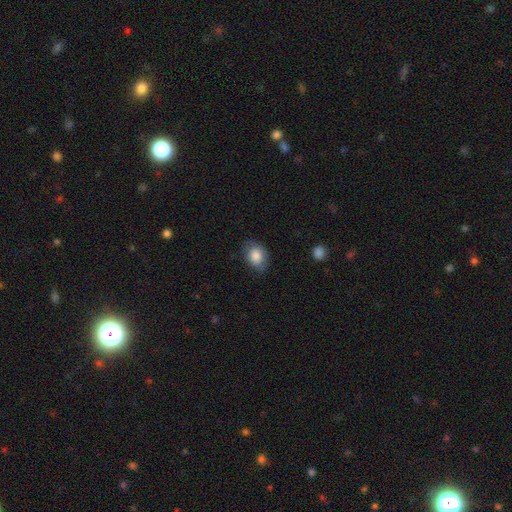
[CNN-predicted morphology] type=smooth (84%); roundness=in between (69%); merging=none (73%).